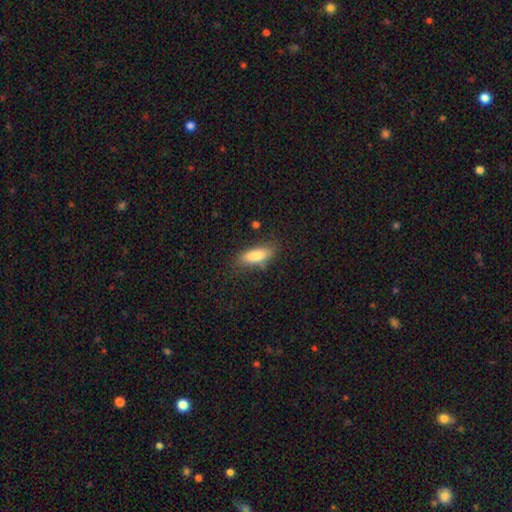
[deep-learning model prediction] Smooth or featured? Predicted: smooth (p=0.82). How rounded? Predicted: in between (p=0.68). Merging? Predicted: none (p=0.75).